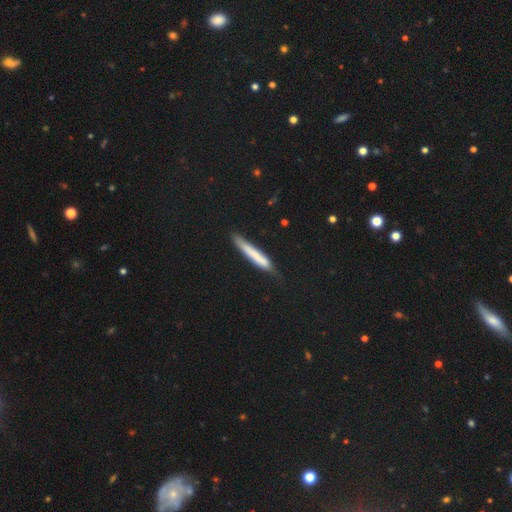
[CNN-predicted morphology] Smooth or featured?
  - smooth: 68% *
  - featured or disk: 26%
  - star or artifact: 6%
How rounded?
  - cigar-shaped: 94% *
  - in between: 4%
  - round: 1%
Merging?
  - none: 70% *
  - minor disturbance: 23%
  - major disturbance: 5%
  - merger: 3%